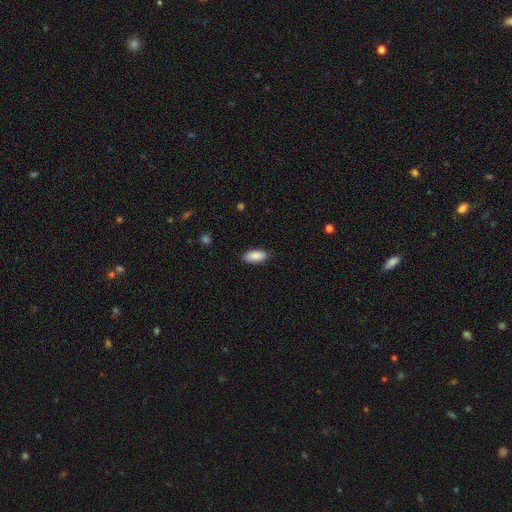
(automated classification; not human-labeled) This appears to be a smooth galaxy with no disk features (88%) that is in between round and cigar-shaped (89%). Merging: none (87%).